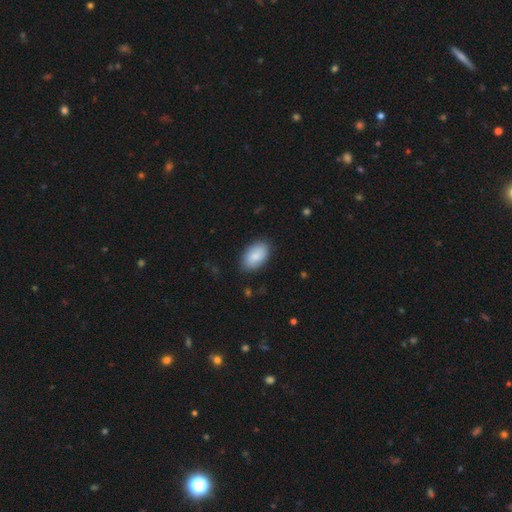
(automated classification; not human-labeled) Q: Smooth or featured?
A: smooth (86%); runner-up: featured or disk (8%)
Q: How rounded?
A: in between (94%); runner-up: round (5%)
Q: Merging?
A: none (84%); runner-up: minor disturbance (12%)